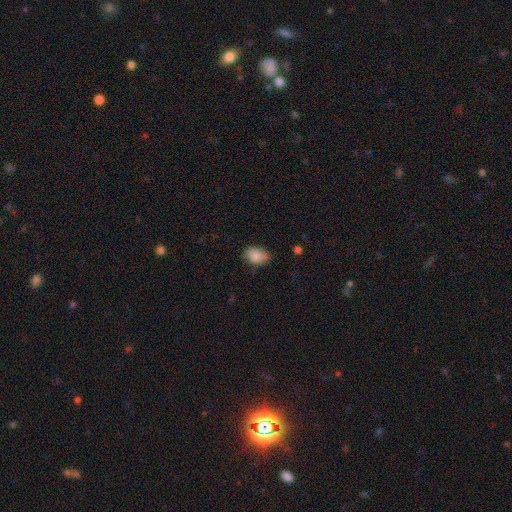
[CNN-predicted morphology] Smooth or featured? Predicted: smooth (p=0.86). How rounded? Predicted: in between (p=0.84). Merging? Predicted: none (p=0.69).